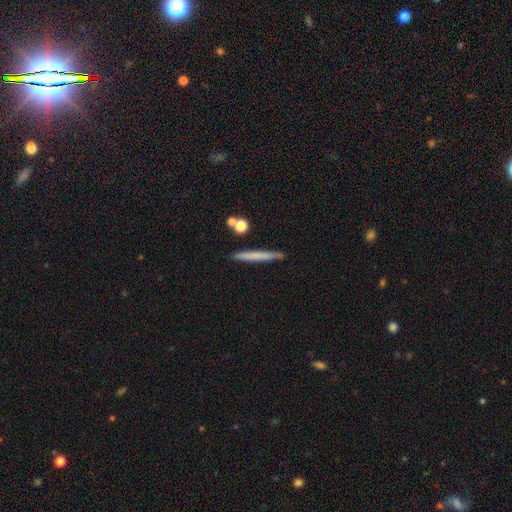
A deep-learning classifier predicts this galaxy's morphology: Smooth or featured? smooth (60%)
How rounded? cigar-shaped (95%)
Merging? none (84%)